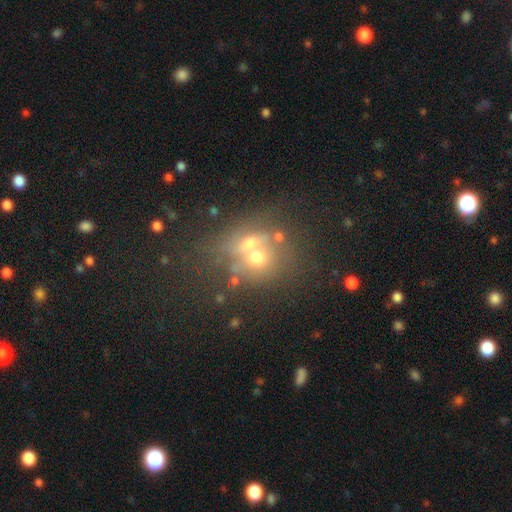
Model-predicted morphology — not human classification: A smooth galaxy with no disk features (50%) that is round (68%). Merging: merger (52%).